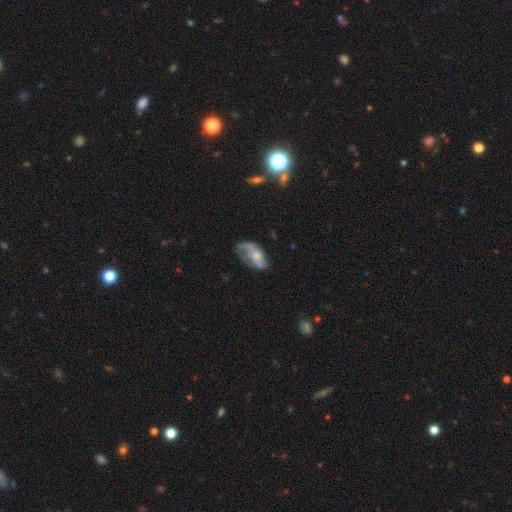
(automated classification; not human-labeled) smooth_or_featured: featured or disk (p=0.56) [alt: smooth p=0.36]
disk_edge_on: no (p=0.94) [alt: yes p=0.06]
bar: no (p=0.70) [alt: weak p=0.25]
has_spiral_arms: yes (p=0.67) [alt: no p=0.33]
bulge_size: moderate (p=0.44) [alt: small p=0.35]
merging: none (p=0.37) [alt: major disturbance p=0.32]